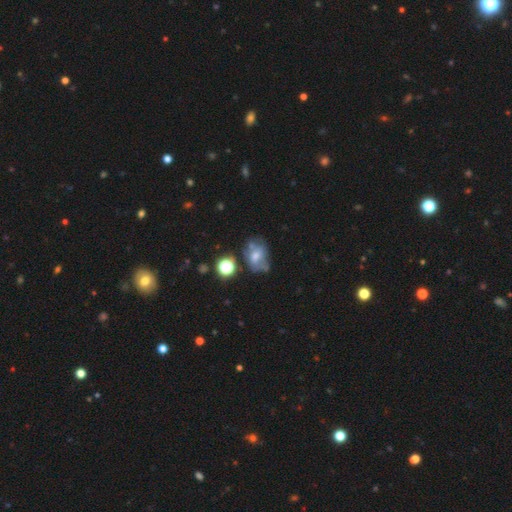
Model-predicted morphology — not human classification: smooth 44%, featured or disk 41%, star or artifact 15%. Down the decision tree: merging — none (41%).